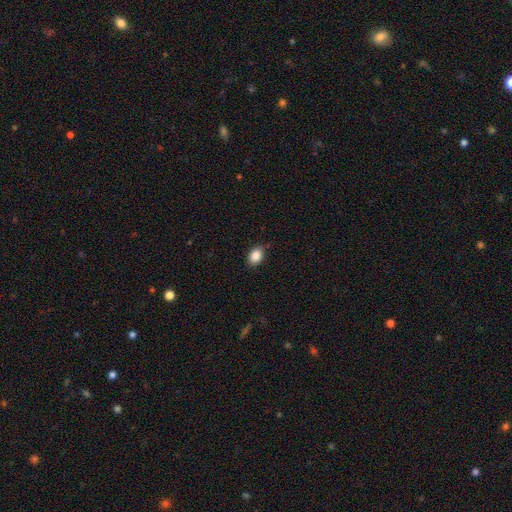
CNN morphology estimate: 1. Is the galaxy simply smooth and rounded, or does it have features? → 87% smooth, 9% star or artifact, 4% featured or disk.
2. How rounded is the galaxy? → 76% in between, 23% round, 1% cigar-shaped.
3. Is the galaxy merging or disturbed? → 82% none, 14% minor disturbance, 3% major disturbance, 1% merger.